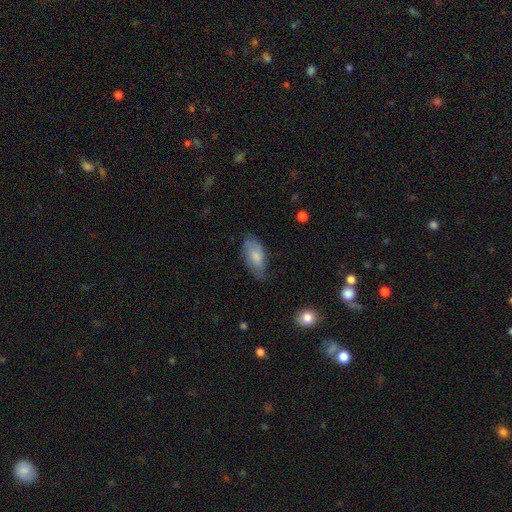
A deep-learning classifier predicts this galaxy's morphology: smooth 66%, featured or disk 28%, star or artifact 6%. Down the decision tree: how rounded — in between (89%); merging — none (62%).